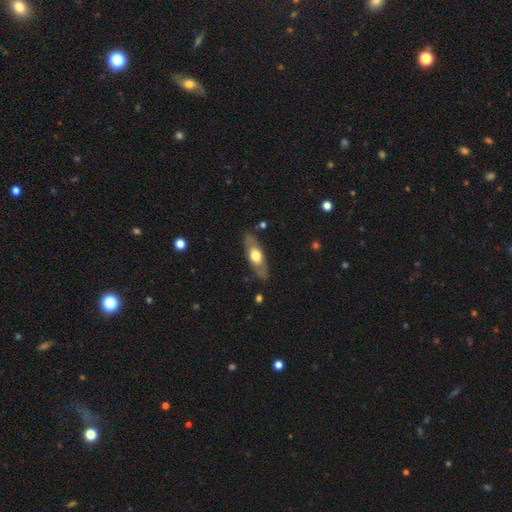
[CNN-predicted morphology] type=featured or disk (48%); merging=none (82%).